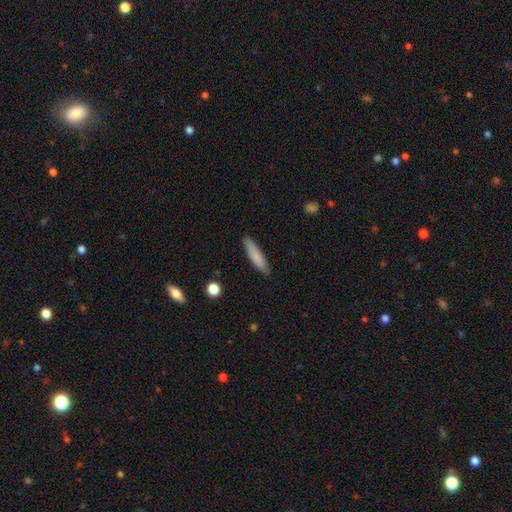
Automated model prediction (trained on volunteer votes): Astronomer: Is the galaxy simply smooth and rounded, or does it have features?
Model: smooth — 80%.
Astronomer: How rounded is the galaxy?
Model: cigar-shaped — 82%.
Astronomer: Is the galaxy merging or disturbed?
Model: none — 87%.